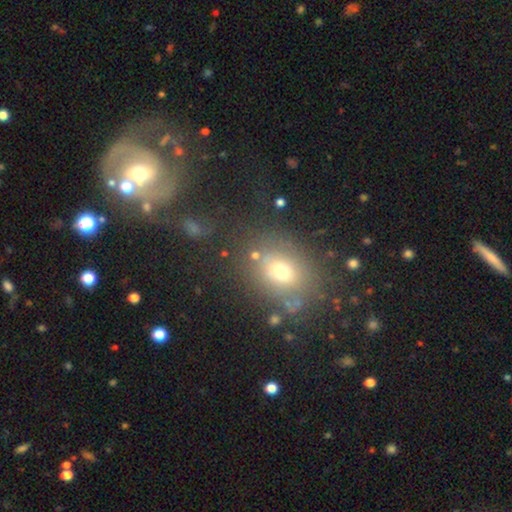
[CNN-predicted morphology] Q: Smooth or featured?
A: smooth (63%); runner-up: star or artifact (21%)
Q: How rounded?
A: round (52%); runner-up: in between (46%)
Q: Merging?
A: none (67%); runner-up: minor disturbance (15%)